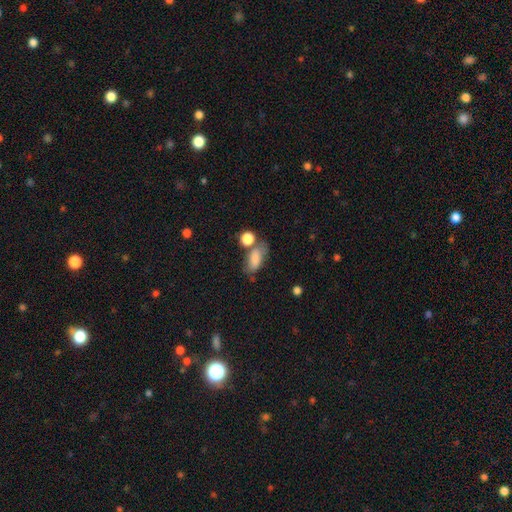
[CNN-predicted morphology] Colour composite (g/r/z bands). It shows a smooth galaxy with no disk features (78%) that is in between round and cigar-shaped (82%). Merging: none (48%).